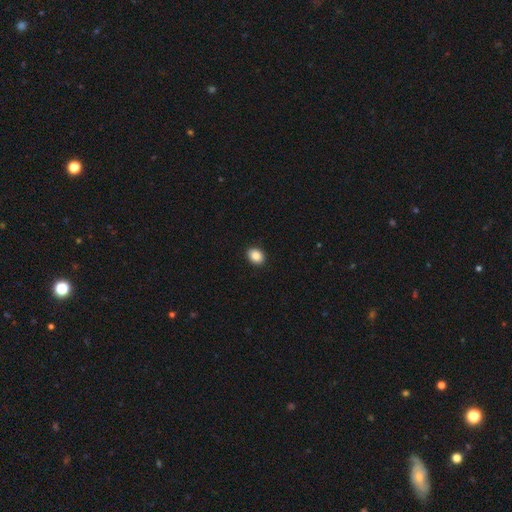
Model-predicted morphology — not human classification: Overall: smooth (88%). How rounded: in between (60%; round 39%). Merging: none (91%).